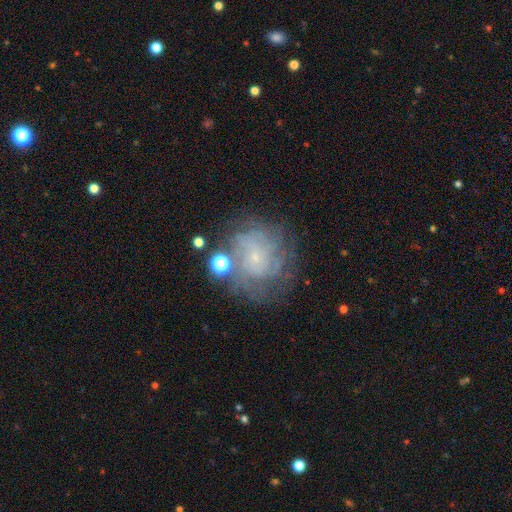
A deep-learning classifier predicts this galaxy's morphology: Overall: featured or disk (54%; smooth 25%). Edge-on disk: no (97%). Bar: no (71%). Spiral arms: yes (78%). Bulge size: small (73%). Merging: none (70%).